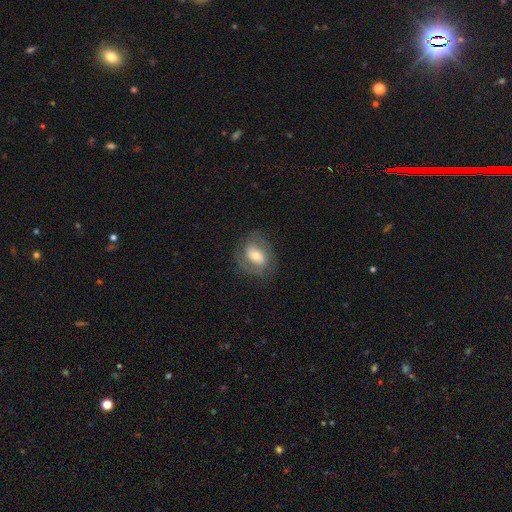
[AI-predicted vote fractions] A featured or disk galaxy (63%) with a weak bar (39%), spiral arms (78%) and a moderate central bulge (59%).

Vote fractions:
- Smooth or featured? featured or disk: 63% / smooth: 29% / star or artifact: 7%
- Edge-on disk? no: 95% / yes: 5%
- Bar? weak: 39% / no: 31% / strong: 30%
- Spiral arms? yes: 78% / no: 22%
- Bulge size? moderate: 59% / small: 30% / large: 9% / dominant: 1% / none: 1%
- Merging? none: 74% / minor disturbance: 16% / major disturbance: 9% / merger: 1%